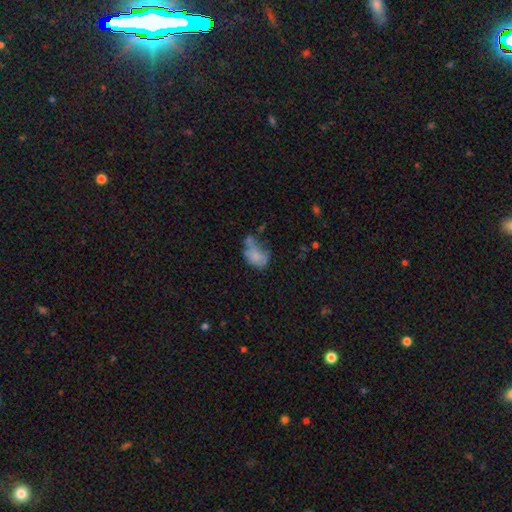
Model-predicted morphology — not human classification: type=smooth (65%); roundness=in between (78%); merging=minor disturbance (26%, tied with none).